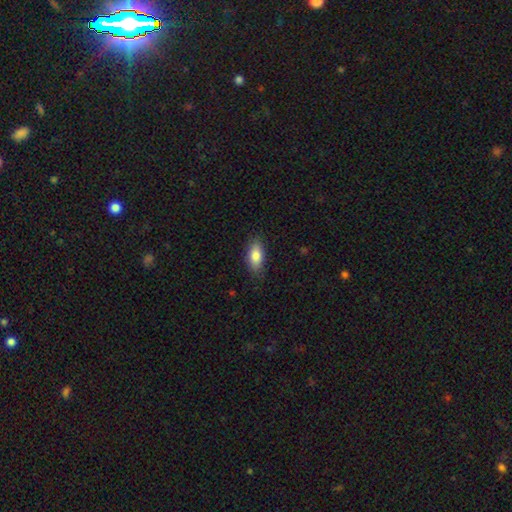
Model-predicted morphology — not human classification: smooth_or_featured: smooth (p=0.83) [alt: featured or disk p=0.10]
how_rounded: in between (p=0.86) [alt: cigar-shaped p=0.11]
merging: none (p=0.84) [alt: minor disturbance p=0.12]